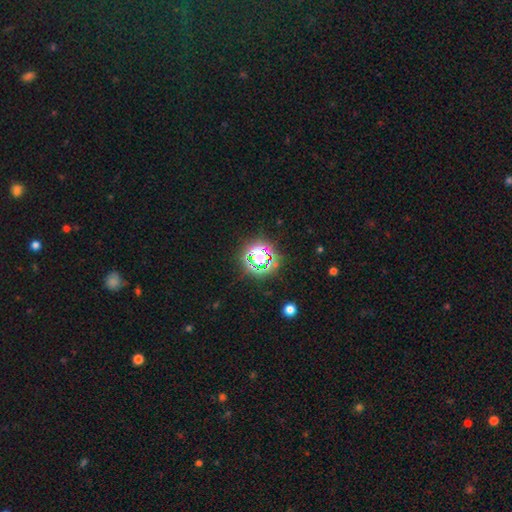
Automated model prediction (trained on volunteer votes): star or artifact 68%, smooth 22%, featured or disk 9%.